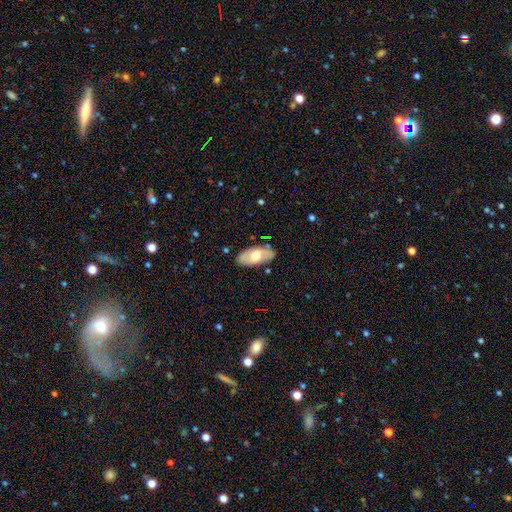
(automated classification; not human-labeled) smooth 57%, featured or disk 38%, star or artifact 6%. Down the decision tree: how rounded — in between (91%); merging — none (83%).